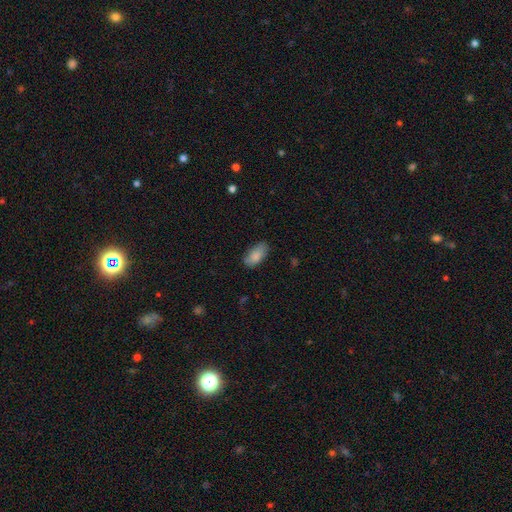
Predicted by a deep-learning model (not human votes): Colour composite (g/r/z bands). It shows a smooth galaxy with no disk features (85%) that is in between round and cigar-shaped (92%). Merging: none (73%).